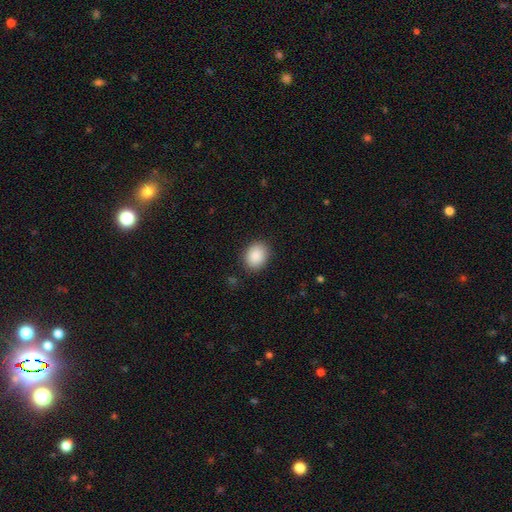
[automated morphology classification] This is clearly a smooth galaxy (89%). How rounded: possibly round (50%). Merging: clearly none (87%).